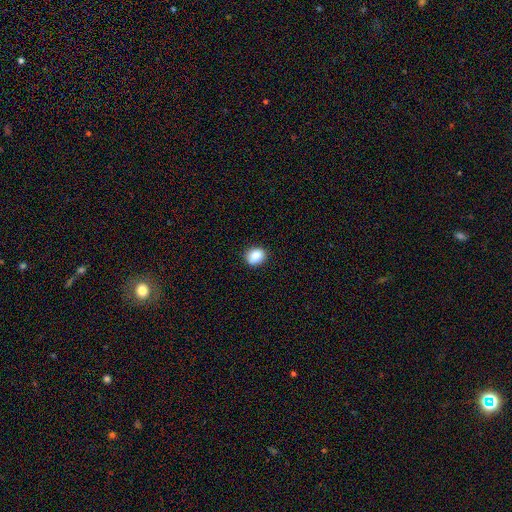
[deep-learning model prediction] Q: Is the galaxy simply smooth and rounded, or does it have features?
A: smooth — 83%.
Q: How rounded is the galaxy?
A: round — 71%.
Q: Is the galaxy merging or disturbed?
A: none — 86%.